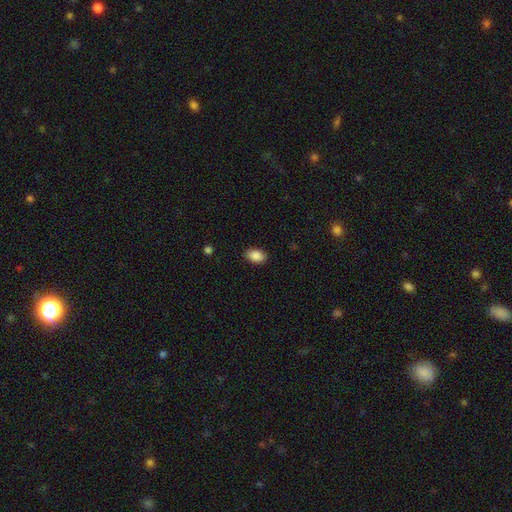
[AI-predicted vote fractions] Smooth or featured: smooth — 89% (star or artifact — 7%)
How rounded: in between — 89% (round — 10%)
Merging: none — 88% (minor disturbance — 8%)